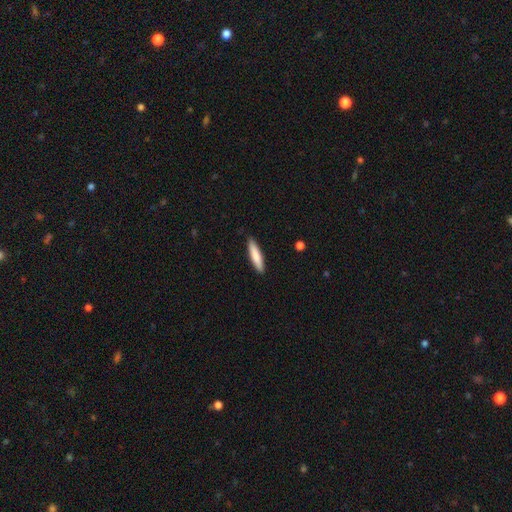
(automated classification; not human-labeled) A smooth galaxy with no disk features (81%) that is cigar-shaped (82%). Merging: none (90%).